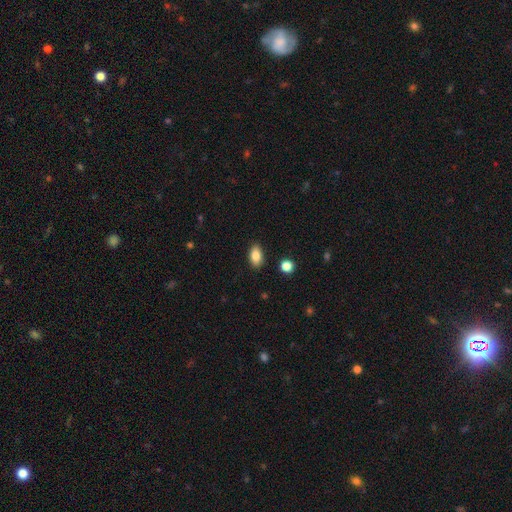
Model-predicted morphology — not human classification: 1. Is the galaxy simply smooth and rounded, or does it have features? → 85% smooth, 8% star or artifact, 7% featured or disk.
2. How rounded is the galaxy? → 89% in between, 7% round, 3% cigar-shaped.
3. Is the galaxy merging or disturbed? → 87% none, 9% minor disturbance, 2% major disturbance, 2% merger.